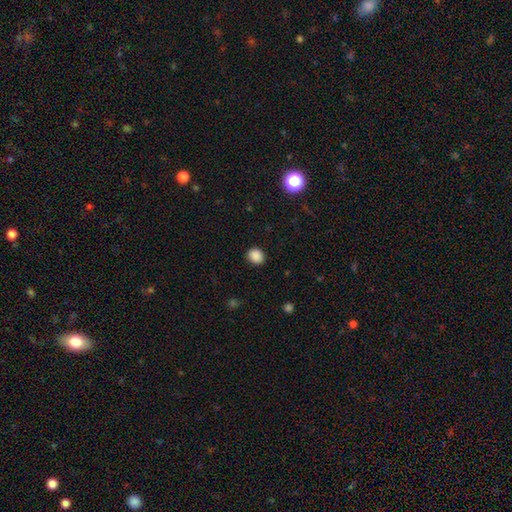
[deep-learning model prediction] This is clearly a smooth galaxy (87%). How rounded: likely round (66%). Merging: clearly none (88%).